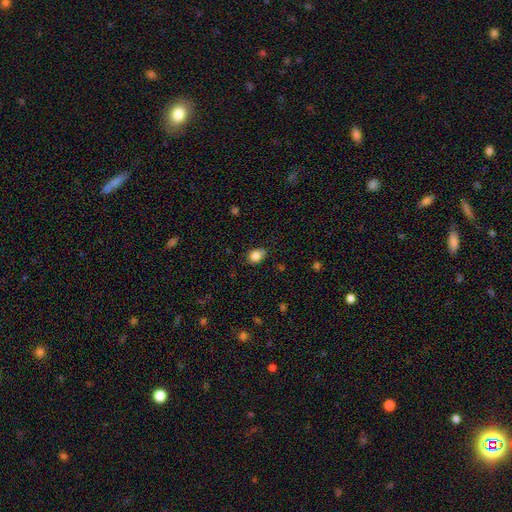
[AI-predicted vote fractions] smooth-or-featured: smooth: 84% | star or artifact: 10% | featured or disk: 6%
  how-rounded: round: 51% | in between: 48% | cigar-shaped: 1%
  merging: none: 71% | minor disturbance: 23% | major disturbance: 4% | merger: 2%